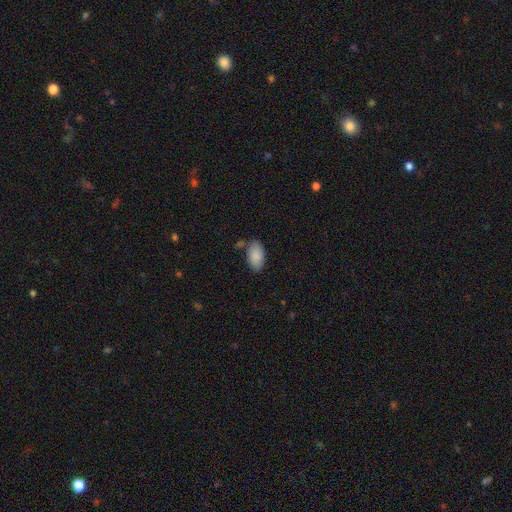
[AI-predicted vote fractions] Q: Smooth or featured?
A: smooth (89%); runner-up: star or artifact (6%)
Q: How rounded?
A: in between (94%); runner-up: round (3%)
Q: Merging?
A: none (75%); runner-up: minor disturbance (16%)